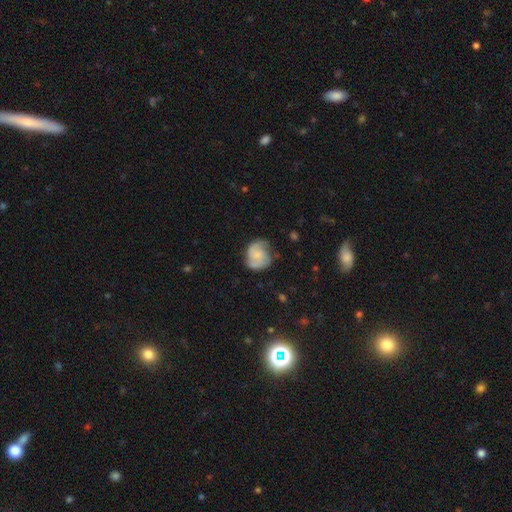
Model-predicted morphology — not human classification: This appears to be a featured or disk galaxy (61%) with no bar (66%), 2 (77%) medium (46%) spiral arms (92%) and a small central bulge (38%). Merging: none (66%).